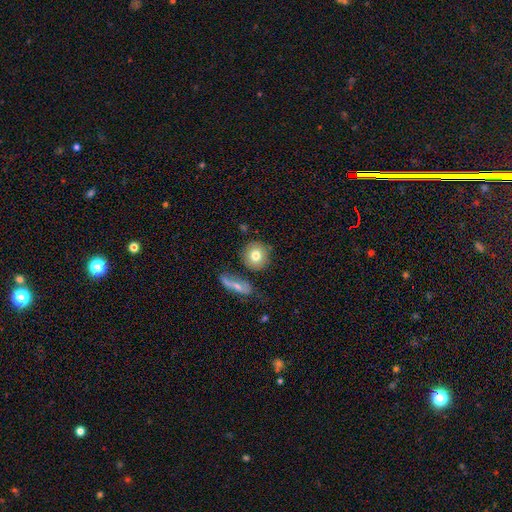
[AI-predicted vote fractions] smooth 77%, featured or disk 15%, star or artifact 9%. Down the decision tree: how rounded — round (88%); merging — none (76%).